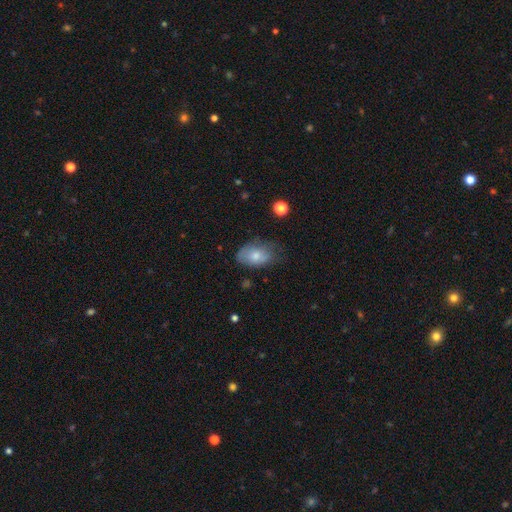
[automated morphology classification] Smooth or featured?
  - smooth: 73% *
  - featured or disk: 20%
  - star or artifact: 8%
How rounded?
  - in between: 89% *
  - round: 9%
  - cigar-shaped: 2%
Merging?
  - none: 54% *
  - minor disturbance: 32%
  - major disturbance: 12%
  - merger: 2%